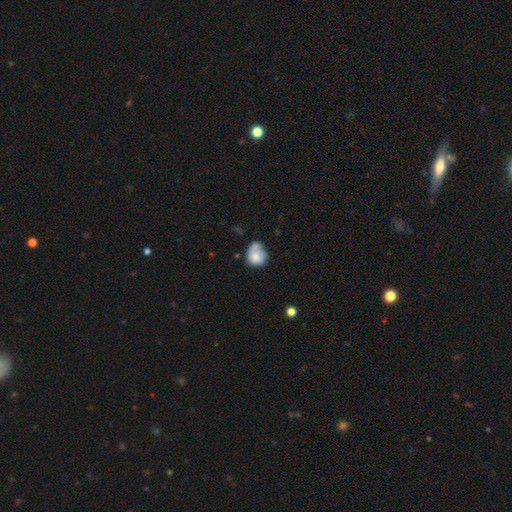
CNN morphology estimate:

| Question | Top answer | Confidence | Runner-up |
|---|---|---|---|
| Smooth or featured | smooth | 72% | featured or disk (20%) |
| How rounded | round | 67% | in between (33%) |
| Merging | none | 39% | minor disturbance (30%) |